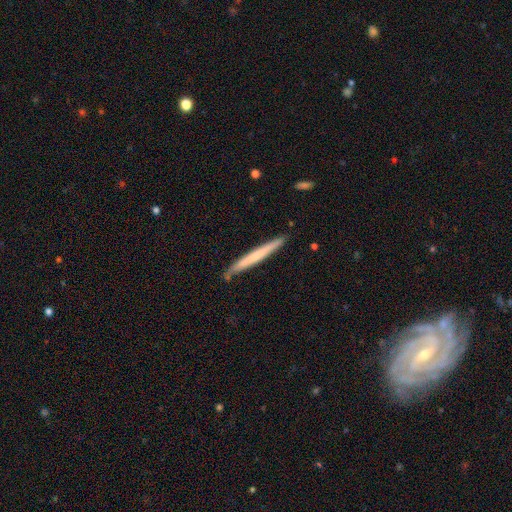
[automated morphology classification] This appears to be a smooth galaxy with no disk features (54%) that is cigar-shaped (97%). Merging: none (86%).